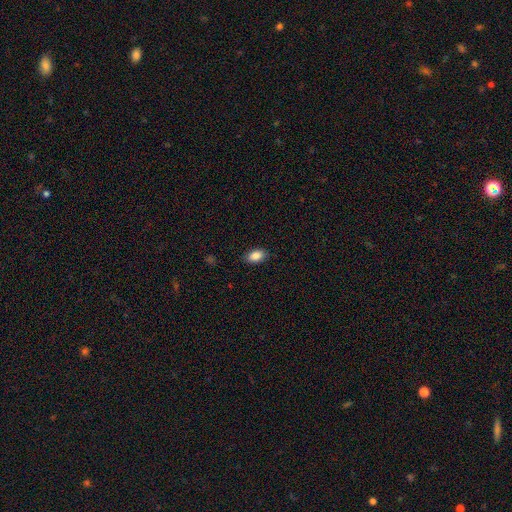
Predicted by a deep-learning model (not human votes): Smooth or featured?
  - smooth: 88% *
  - star or artifact: 8%
  - featured or disk: 4%
How rounded?
  - in between: 91% *
  - round: 6%
  - cigar-shaped: 2%
Merging?
  - none: 87% *
  - minor disturbance: 10%
  - major disturbance: 2%
  - merger: 1%